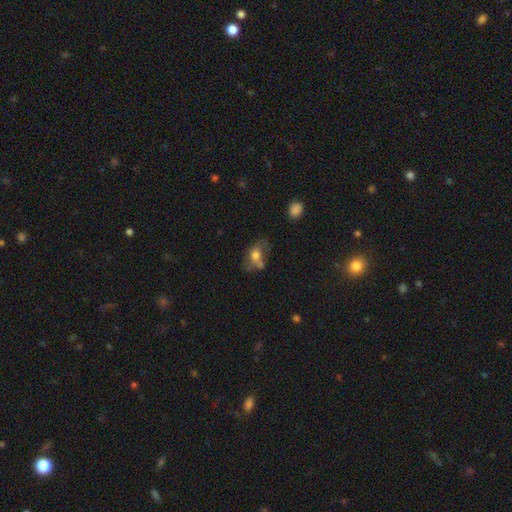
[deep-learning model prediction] smooth 59%, featured or disk 29%, star or artifact 12%. Down the decision tree: how rounded — in between (72%); merging — none (35%).